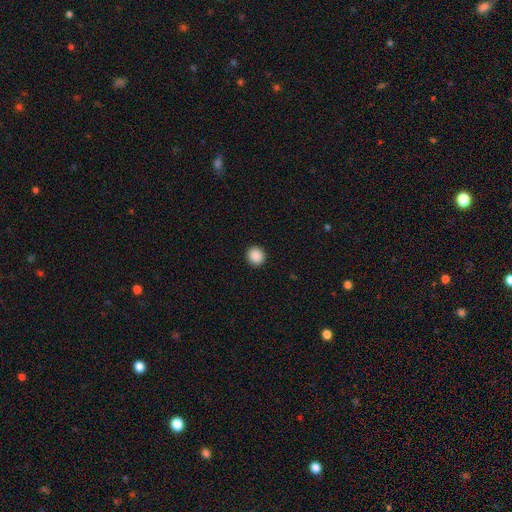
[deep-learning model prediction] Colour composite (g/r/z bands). It shows a smooth galaxy with no disk features (89%) that is round (91%). Merging: none (93%).